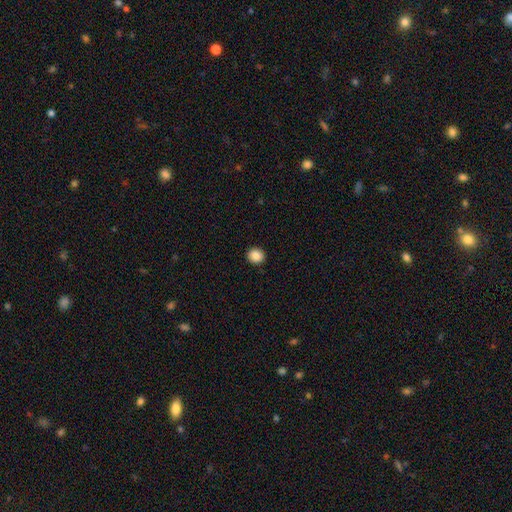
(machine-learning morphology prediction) Smooth or featured: smooth — 88% (star or artifact — 9%)
How rounded: round — 84% (in between — 15%)
Merging: none — 93% (minor disturbance — 5%)